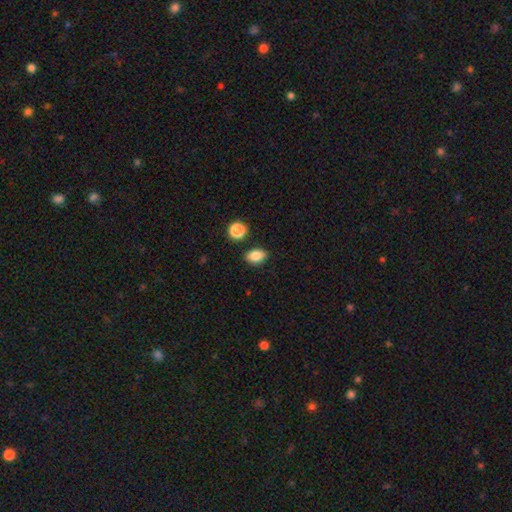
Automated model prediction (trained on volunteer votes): This appears to be a smooth galaxy with no disk features (85%) that is in between round and cigar-shaped (79%). Merging: none (85%).